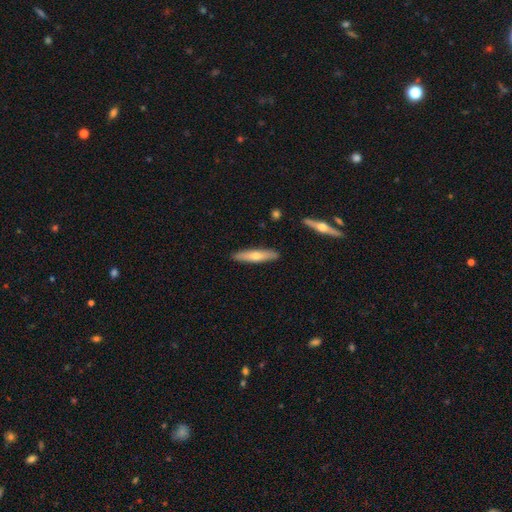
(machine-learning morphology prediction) smooth_or_featured: smooth (p=0.57) [alt: featured or disk p=0.37]
how_rounded: cigar-shaped (p=0.83) [alt: in between p=0.15]
merging: none (p=0.89) [alt: minor disturbance p=0.08]